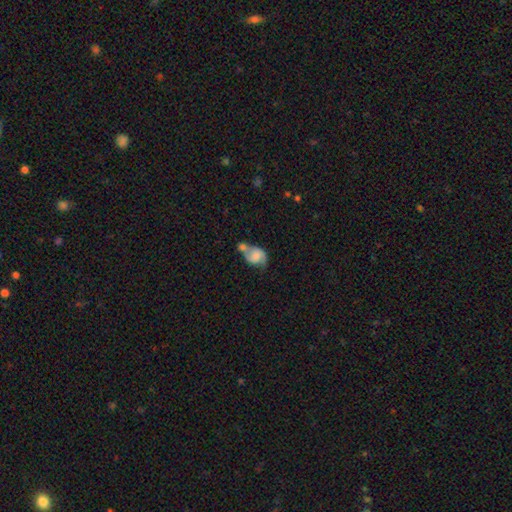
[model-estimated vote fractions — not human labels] Q: Smooth or featured?
A: smooth (53%); runner-up: featured or disk (38%)
Q: How rounded?
A: in between (57%); runner-up: round (41%)
Q: Merging?
A: merger (52%); runner-up: none (20%)